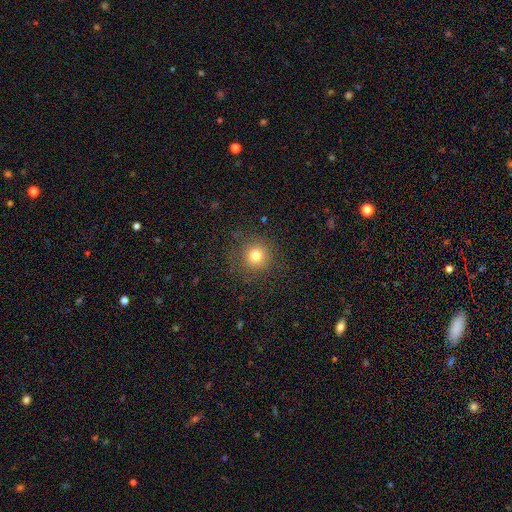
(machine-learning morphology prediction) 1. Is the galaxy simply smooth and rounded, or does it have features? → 78% smooth, 15% star or artifact, 8% featured or disk.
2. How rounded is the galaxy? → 94% round, 5% in between, 1% cigar-shaped.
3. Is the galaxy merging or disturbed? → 87% none, 8% minor disturbance, 4% major disturbance, 1% merger.